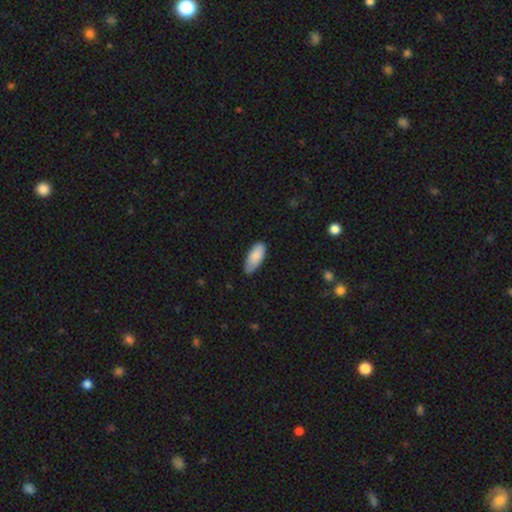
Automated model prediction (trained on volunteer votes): smooth_or_featured: smooth (p=0.86) [alt: featured or disk p=0.09]
how_rounded: in between (p=0.87) [alt: cigar-shaped p=0.11]
merging: none (p=0.72) [alt: minor disturbance p=0.24]